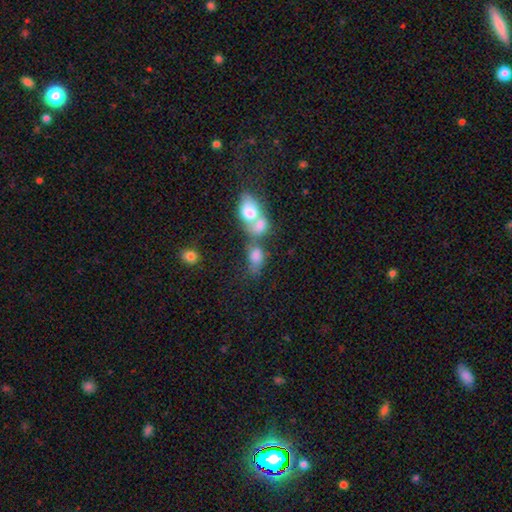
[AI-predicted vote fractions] This appears to be a smooth galaxy with no disk features (72%) that is in between round and cigar-shaped (72%). Merging: merger (63%).